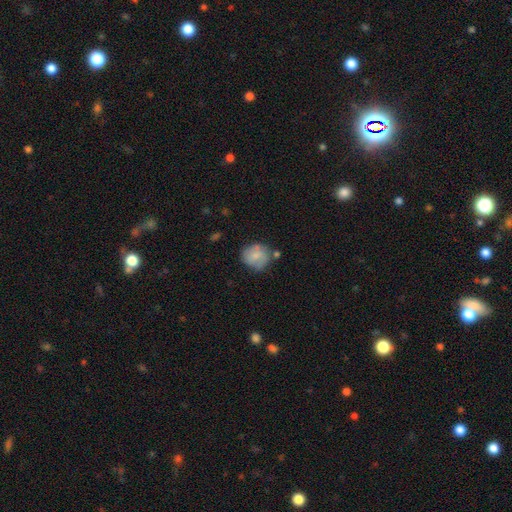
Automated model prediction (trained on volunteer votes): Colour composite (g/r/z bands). It shows a smooth galaxy with no disk features (67%) that is round (80%). Merging: none (58%).